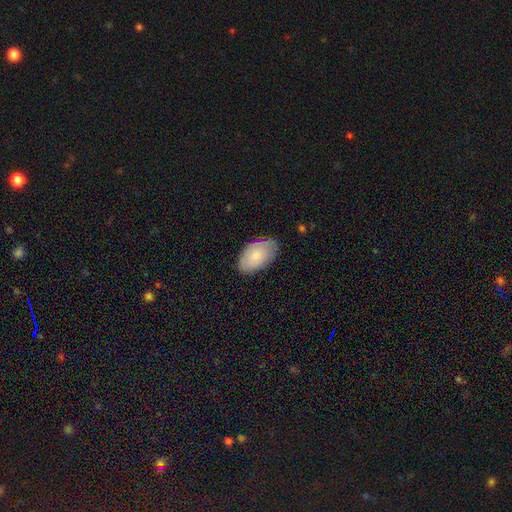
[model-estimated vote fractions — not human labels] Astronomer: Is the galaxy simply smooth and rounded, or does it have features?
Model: smooth — 75%.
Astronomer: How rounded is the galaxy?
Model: in between — 94%.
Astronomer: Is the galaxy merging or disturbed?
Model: none — 78%.